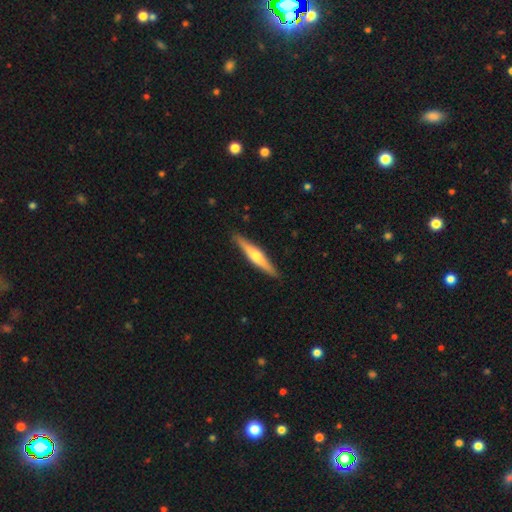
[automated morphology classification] A featured or disk galaxy (61%) viewed edge-on (97%) with a rounded central bulge (86%).

Vote fractions:
- Smooth or featured? featured or disk: 61% / smooth: 34% / star or artifact: 5%
- Edge-on disk? yes: 97% / no: 3%
- Edge-on bulge? rounded: 86% / none: 7% / boxy: 7%
- Merging? none: 91% / minor disturbance: 7% / major disturbance: 1% / merger: 1%